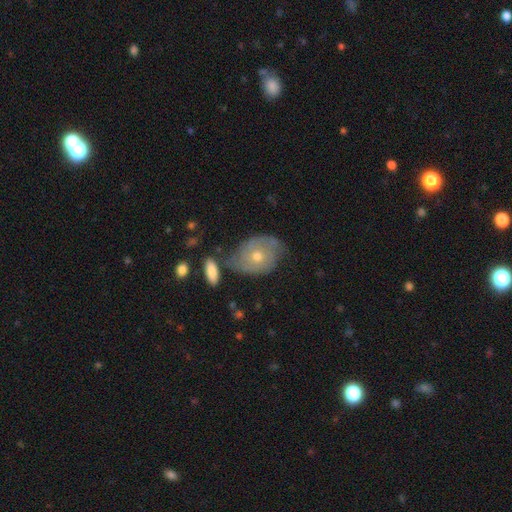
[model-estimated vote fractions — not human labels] This appears to be a featured or disk galaxy (66%) with no bar (82%), spiral arms (79%) and a moderate central bulge (56%). Merging: none (67%).